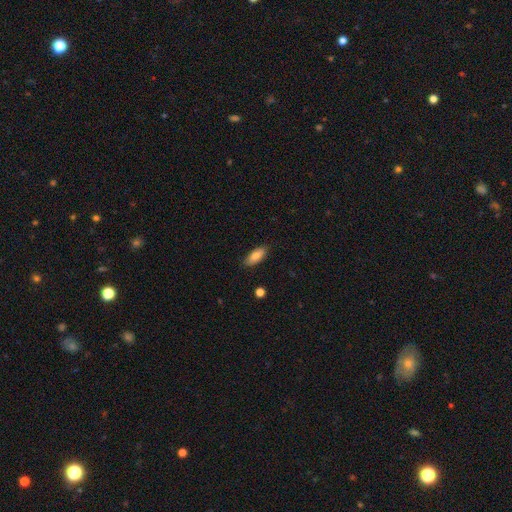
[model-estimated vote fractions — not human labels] Smooth or featured? smooth (82%)
How rounded? in between (80%)
Merging? none (85%)